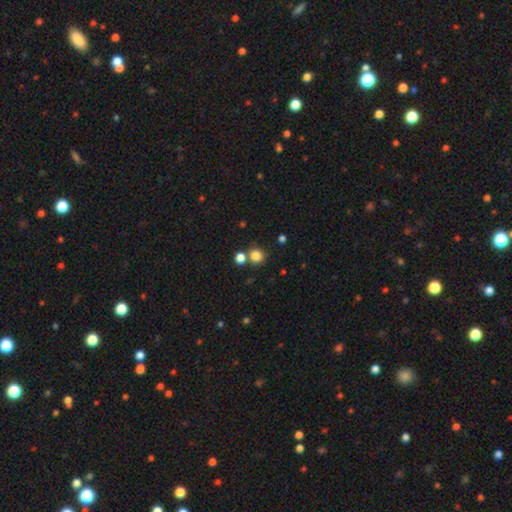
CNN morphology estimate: This appears to be a smooth galaxy with no disk features (82%) that is round (88%). Merging: none (69%).